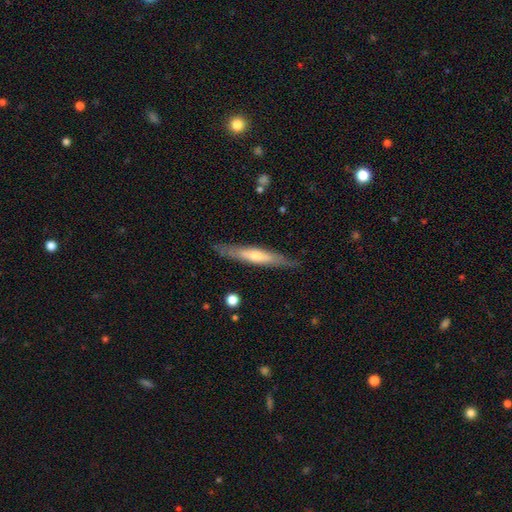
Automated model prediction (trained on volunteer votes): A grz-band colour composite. It shows a featured or disk galaxy (61%) viewed edge-on (84%) with a rounded central bulge (71%). Merging: none (85%).